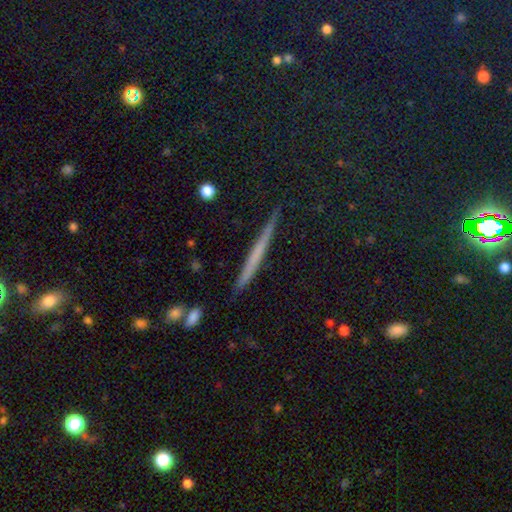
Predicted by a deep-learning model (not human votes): This appears to be a featured or disk galaxy (46%). Merging: none (90%).